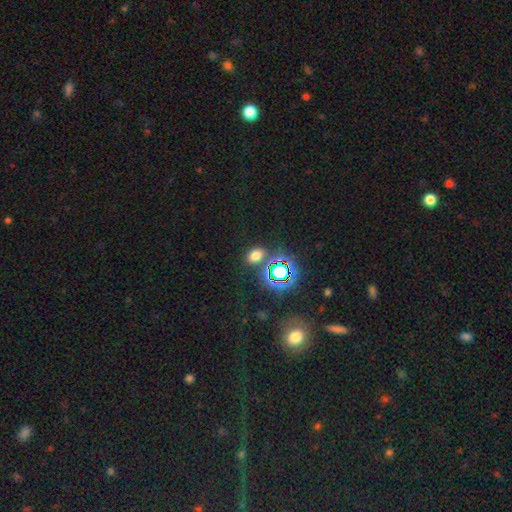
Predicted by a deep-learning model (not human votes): Smooth or featured? Predicted: smooth (p=0.64). How rounded? Predicted: in between (p=0.73). Merging? Predicted: none (p=0.79).